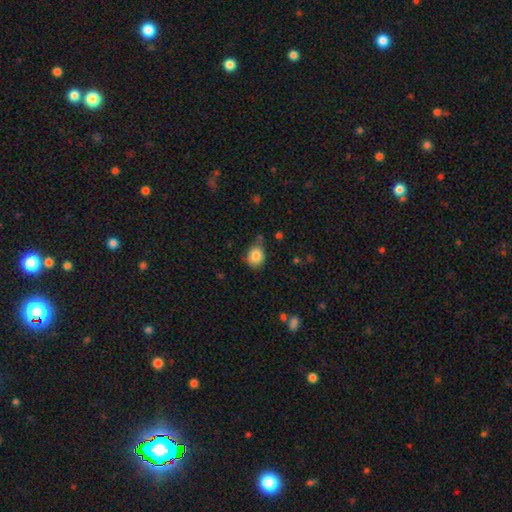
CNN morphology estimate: type=smooth (84%); roundness=round (51%); merging=none (65%).